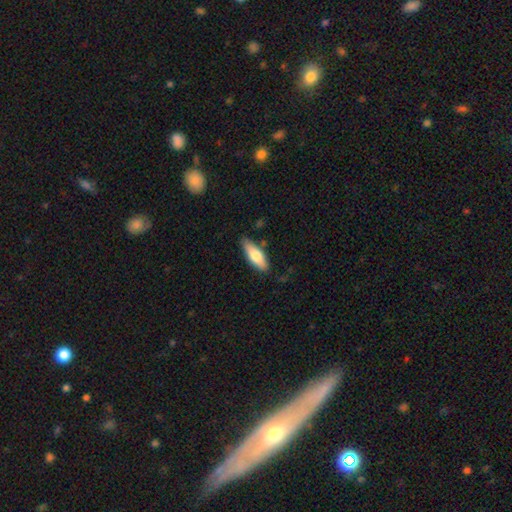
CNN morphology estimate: type=smooth (70%); roundness=in between (59%); merging=none (81%).